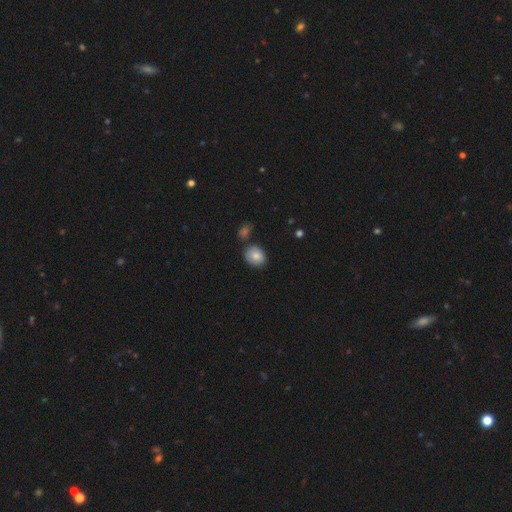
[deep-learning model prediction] Morphology: type=smooth (82%); roundness=round (56%); merging=none (75%).